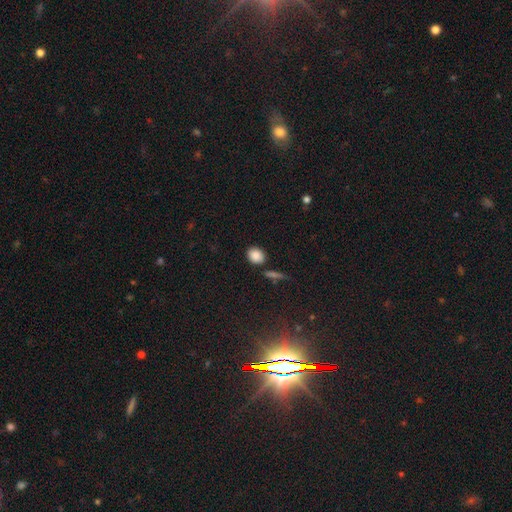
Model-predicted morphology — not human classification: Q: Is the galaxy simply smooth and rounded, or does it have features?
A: smooth — 87%.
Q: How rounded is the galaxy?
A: round — 51%.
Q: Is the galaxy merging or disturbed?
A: none — 82%.